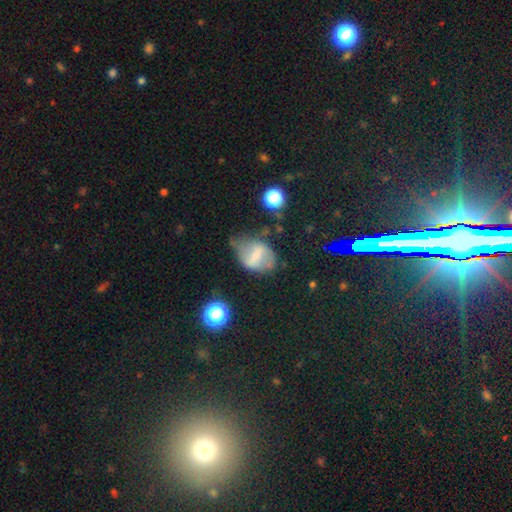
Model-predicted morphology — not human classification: Q: Smooth or featured?
A: featured or disk (46%); runner-up: smooth (43%)
Q: Merging?
A: none (34%); tied with: minor disturbance (34%)